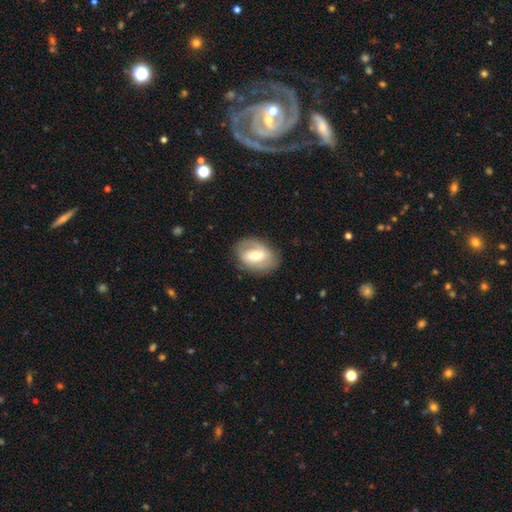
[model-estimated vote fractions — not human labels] This appears to be a featured or disk galaxy (59%) with a weak bar (43%), spiral arms (65%) and a moderate central bulge (60%). Merging: none (78%).